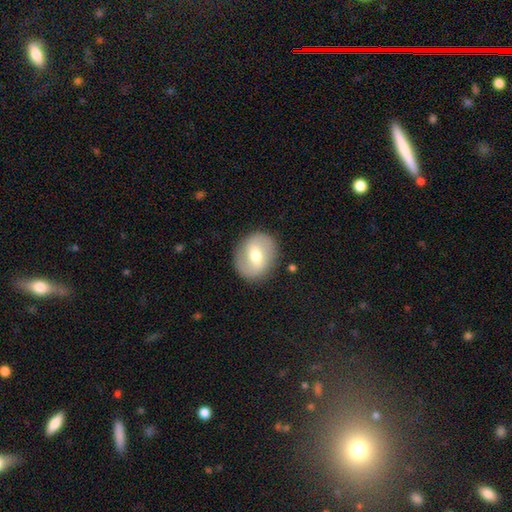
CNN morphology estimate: Smooth or featured?
  - featured or disk: 51% *
  - smooth: 42%
  - star or artifact: 6%
Edge-on disk?
  - no: 94% *
  - yes: 6%
Merging?
  - none: 86% *
  - minor disturbance: 9%
  - major disturbance: 3%
  - merger: 1%